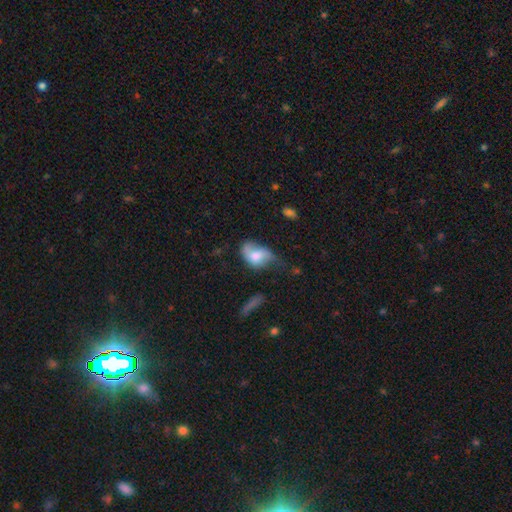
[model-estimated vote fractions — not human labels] Smooth or featured? Predicted: smooth (p=0.62). How rounded? Predicted: in between (p=0.84). Merging? Predicted: minor disturbance (p=0.36).